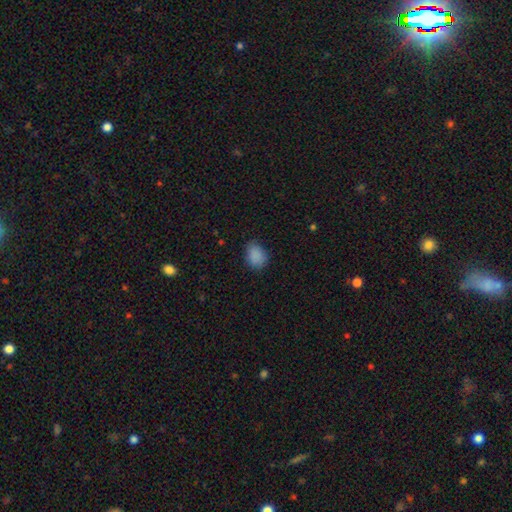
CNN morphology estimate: Overall: smooth (87%). How rounded: in between (71%). Merging: none (76%).